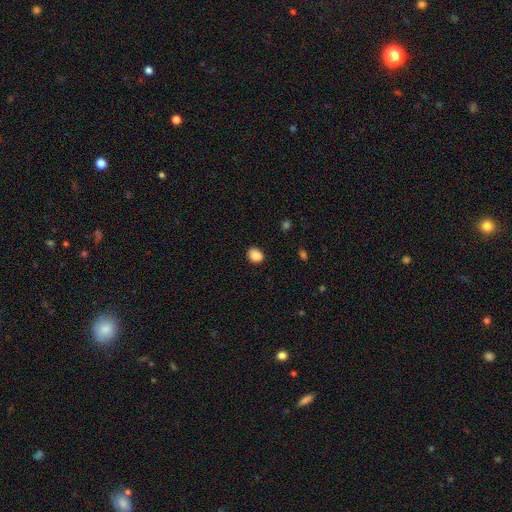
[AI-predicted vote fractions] Smooth or featured? smooth (87%)
How rounded? round (55%)
Merging? none (87%)